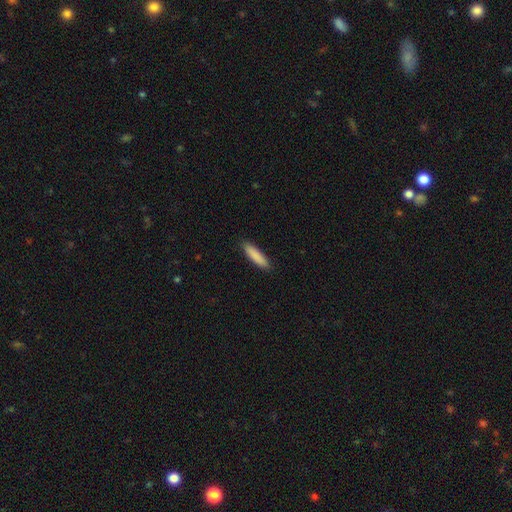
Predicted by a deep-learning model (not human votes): Smooth or featured? smooth (88%)
How rounded? cigar-shaped (78%)
Merging? none (90%)